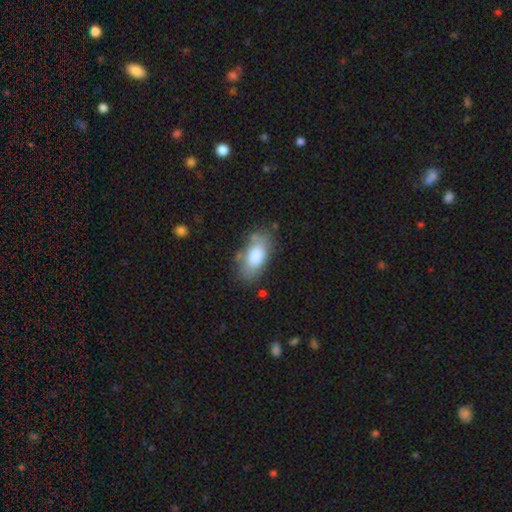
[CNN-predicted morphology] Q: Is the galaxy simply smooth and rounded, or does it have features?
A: smooth — 75%.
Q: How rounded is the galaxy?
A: in between — 91%.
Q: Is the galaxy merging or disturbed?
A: none — 71%.